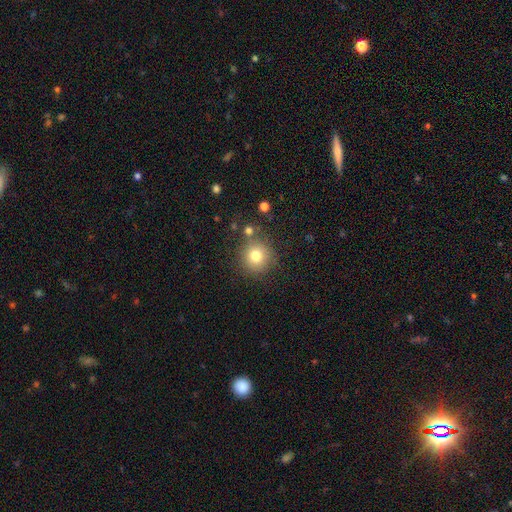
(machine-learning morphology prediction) Overall: smooth (77%). How rounded: round (93%). Merging: none (79%).